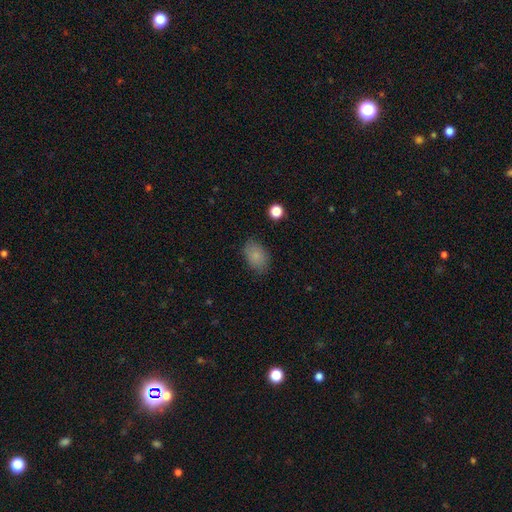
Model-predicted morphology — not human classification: smooth 84%, star or artifact 9%, featured or disk 7%. Down the decision tree: how rounded — in between (86%); merging — none (81%).